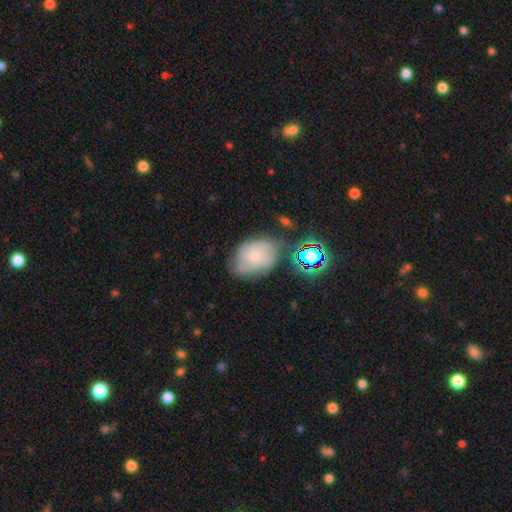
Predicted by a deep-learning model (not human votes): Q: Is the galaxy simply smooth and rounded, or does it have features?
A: smooth — 46%.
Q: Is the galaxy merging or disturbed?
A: none — 53%.